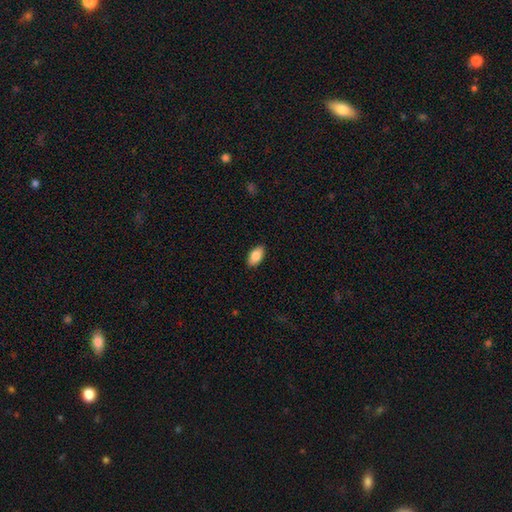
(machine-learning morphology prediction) Smooth or featured: smooth — 86% (featured or disk — 7%)
How rounded: in between — 93% (cigar-shaped — 3%)
Merging: none — 89% (minor disturbance — 8%)